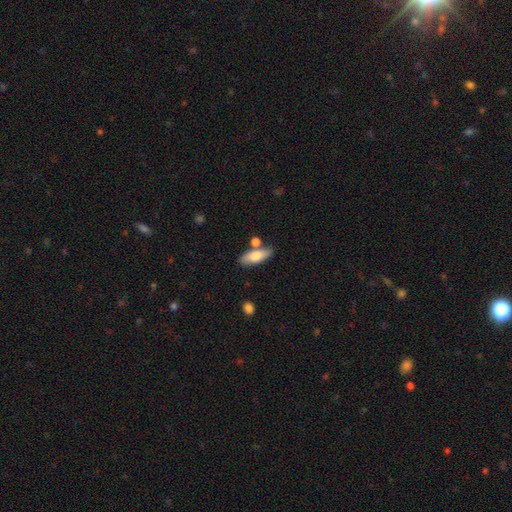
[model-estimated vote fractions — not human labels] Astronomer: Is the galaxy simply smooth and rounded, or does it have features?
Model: smooth — 74%.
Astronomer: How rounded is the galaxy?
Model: in between — 72%.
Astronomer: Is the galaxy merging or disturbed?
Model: none — 72%.